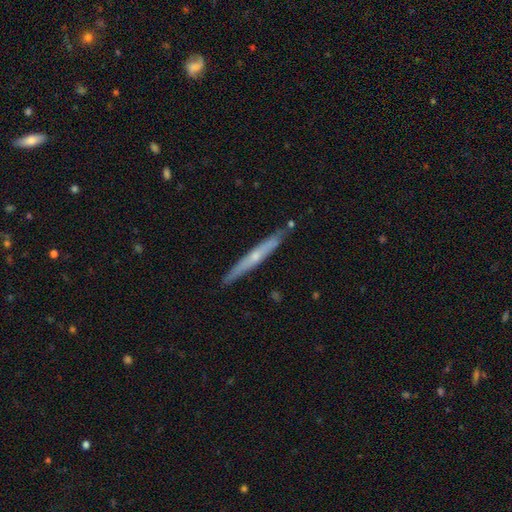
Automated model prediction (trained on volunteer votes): This appears to be a featured or disk galaxy (59%) viewed edge-on (94%) with a rounded central bulge (54%). Merging: none (86%).